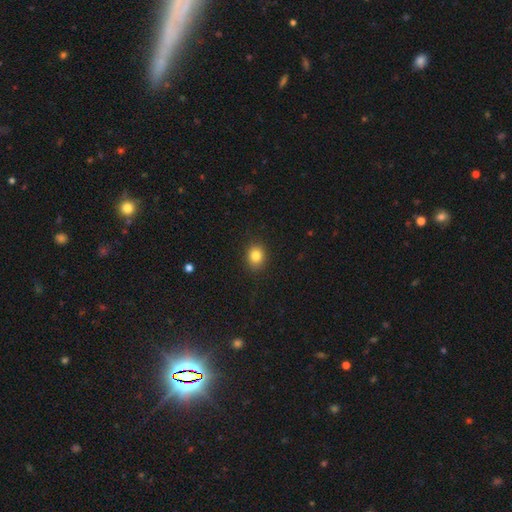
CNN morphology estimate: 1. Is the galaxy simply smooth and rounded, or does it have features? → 83% smooth, 10% star or artifact, 7% featured or disk.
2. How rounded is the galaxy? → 56% round, 43% in between, 1% cigar-shaped.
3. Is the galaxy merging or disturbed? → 88% none, 9% minor disturbance, 2% major disturbance, 1% merger.